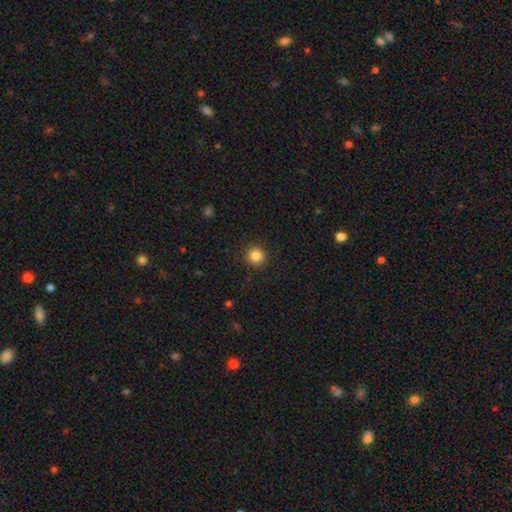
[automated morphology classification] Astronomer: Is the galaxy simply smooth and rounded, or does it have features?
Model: smooth — 85%.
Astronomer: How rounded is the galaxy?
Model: round — 94%.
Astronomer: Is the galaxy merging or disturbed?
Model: none — 91%.